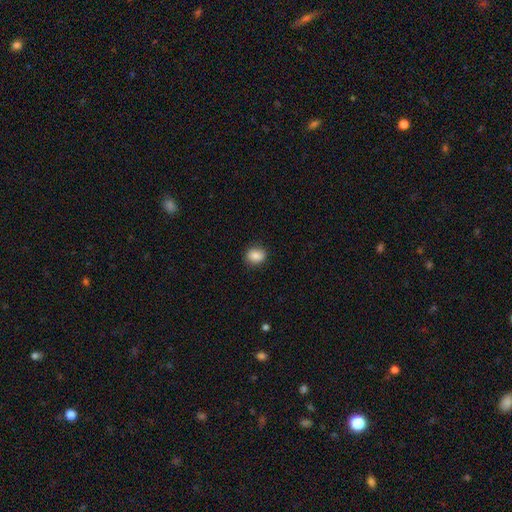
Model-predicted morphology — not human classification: smooth_or_featured: smooth (p=0.86) [alt: star or artifact p=0.08]
how_rounded: round (p=0.58) [alt: in between p=0.41]
merging: none (p=0.87) [alt: minor disturbance p=0.09]